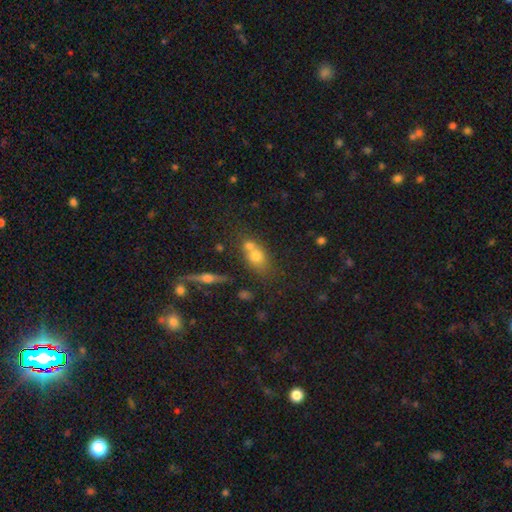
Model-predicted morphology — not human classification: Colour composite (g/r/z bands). It shows a smooth galaxy with no disk features (65%) that is in between round and cigar-shaped (58%). Merging: merger (47%).